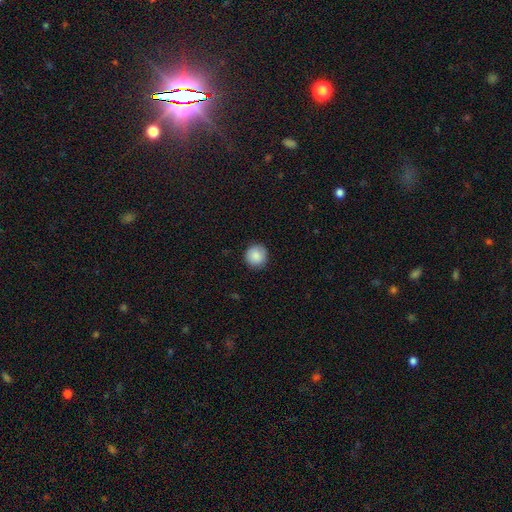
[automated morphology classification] smooth-or-featured: smooth: 88% | star or artifact: 8% | featured or disk: 5%
  how-rounded: round: 94% | in between: 5% | cigar-shaped: 1%
  merging: none: 89% | minor disturbance: 8% | major disturbance: 2% | merger: 1%